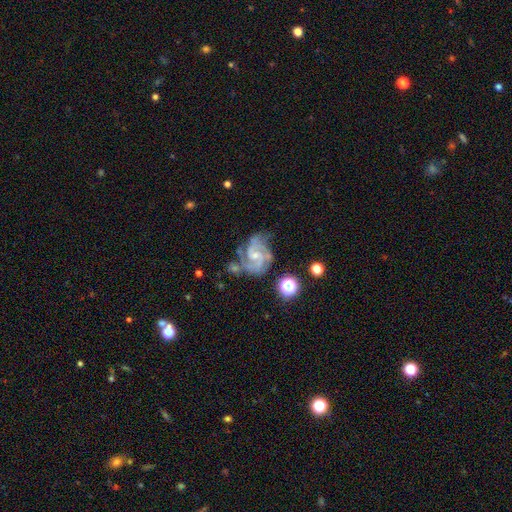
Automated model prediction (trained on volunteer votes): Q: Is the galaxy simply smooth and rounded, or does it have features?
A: featured or disk — 89%.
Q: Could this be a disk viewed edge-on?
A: no — 98%.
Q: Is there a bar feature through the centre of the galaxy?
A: no — 48%.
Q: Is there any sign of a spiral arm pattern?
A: yes — 98%.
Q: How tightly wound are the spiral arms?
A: tight — 46%, tied with medium.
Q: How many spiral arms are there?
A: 2 — 43%.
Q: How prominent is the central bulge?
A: small — 62%.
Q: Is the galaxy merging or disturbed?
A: none — 55%.